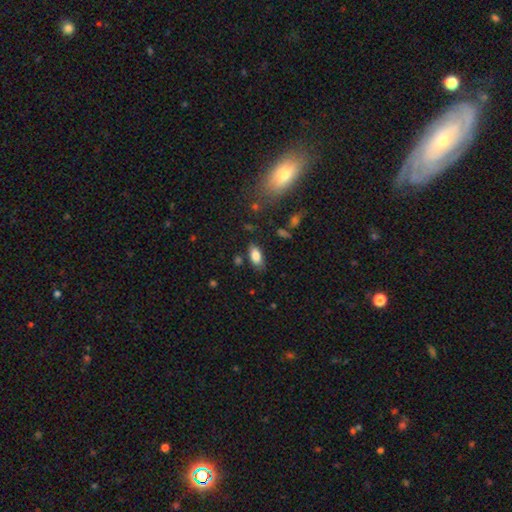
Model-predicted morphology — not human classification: smooth_or_featured: smooth (p=0.83) [alt: featured or disk p=0.09]
how_rounded: in between (p=0.90) [alt: cigar-shaped p=0.07]
merging: none (p=0.79) [alt: minor disturbance p=0.15]